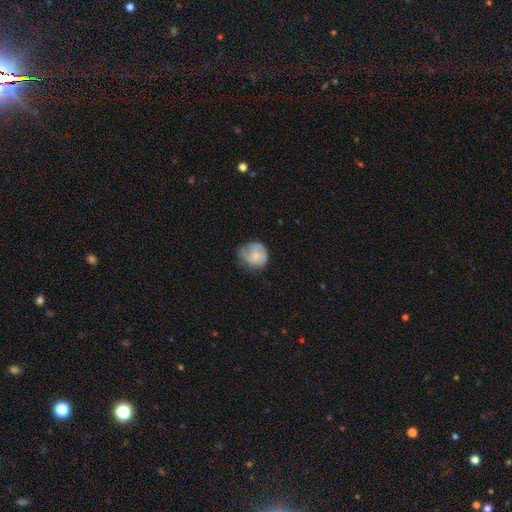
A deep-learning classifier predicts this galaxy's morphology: smooth-or-featured: smooth: 62% | featured or disk: 31% | star or artifact: 7%
  how-rounded: round: 75% | in between: 24% | cigar-shaped: 1%
  merging: none: 47% | minor disturbance: 35% | major disturbance: 16% | merger: 2%